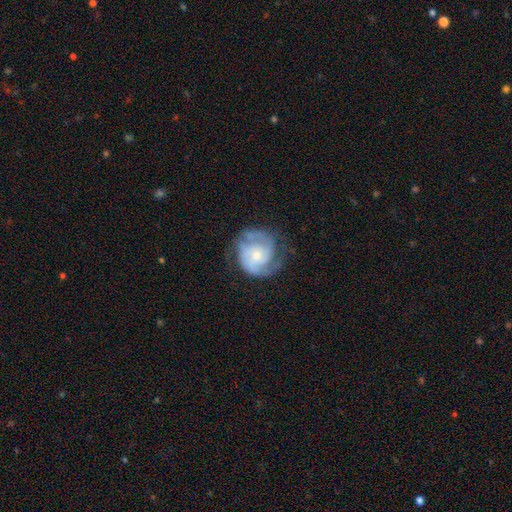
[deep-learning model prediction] Smooth or featured? featured or disk (79%)
Edge-on disk? no (98%)
Bar? no (66%)
Spiral arms? yes (94%)
Spiral winding? tight (48%)
Spiral arm count? 2 (57%)
Bulge size? small (53%)
Merging? none (62%)